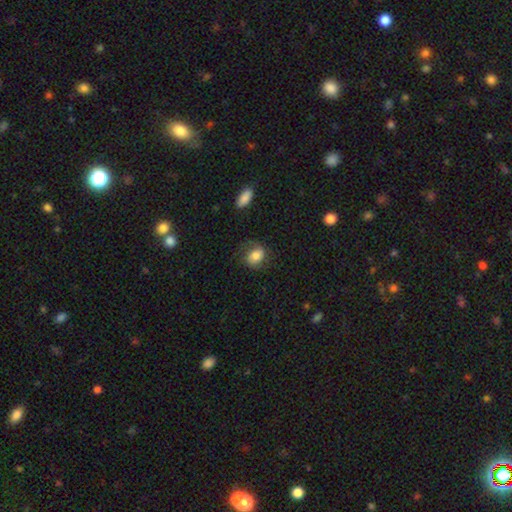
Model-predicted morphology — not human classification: Smooth or featured? smooth (67%)
How rounded? in between (55%)
Merging? none (67%)